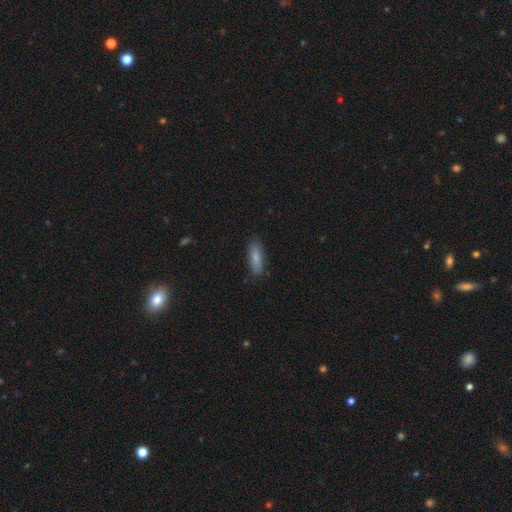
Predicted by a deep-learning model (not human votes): smooth_or_featured: smooth (p=0.75) [alt: featured or disk p=0.16]
how_rounded: cigar-shaped (p=0.51) [alt: in between p=0.47]
merging: none (p=0.85) [alt: minor disturbance p=0.11]